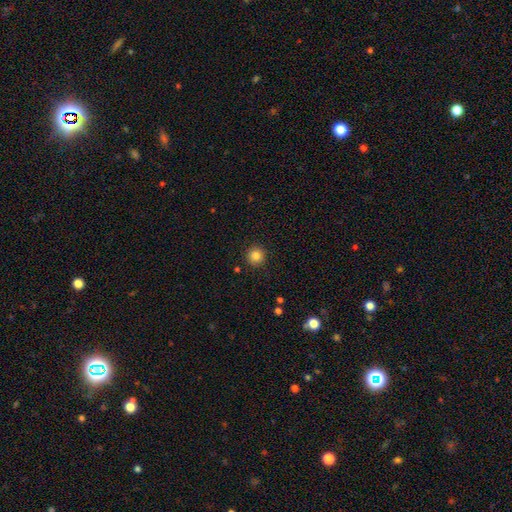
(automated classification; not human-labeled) The model was most divided on "smooth or featured": smooth: 85%, star or artifact: 11%, featured or disk: 4%. More confident: how rounded — round (95%); merging — none (91%).